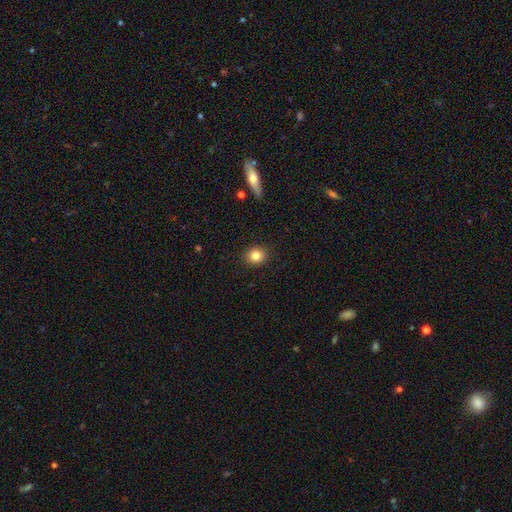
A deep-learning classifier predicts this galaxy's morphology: type=smooth (84%); roundness=round (72%); merging=none (90%).